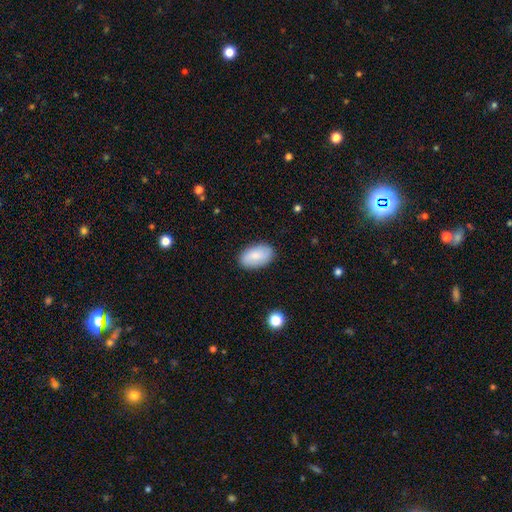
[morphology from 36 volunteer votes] This appears to be a smooth galaxy with no disk features (92%) that is in between round and cigar-shaped (97%). Merging: none (91%).